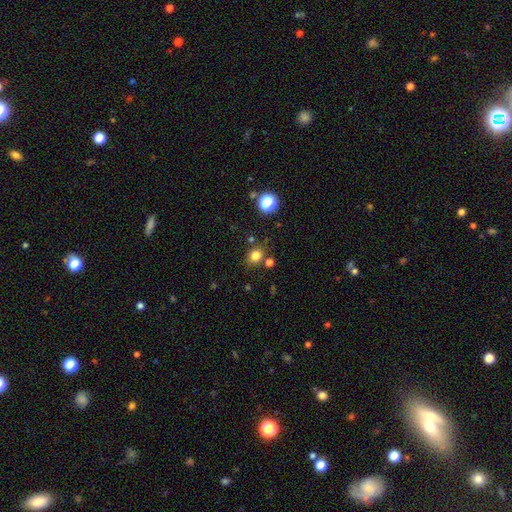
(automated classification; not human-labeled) This appears to be a smooth galaxy with no disk features (79%) that is round (69%). Merging: none (75%).